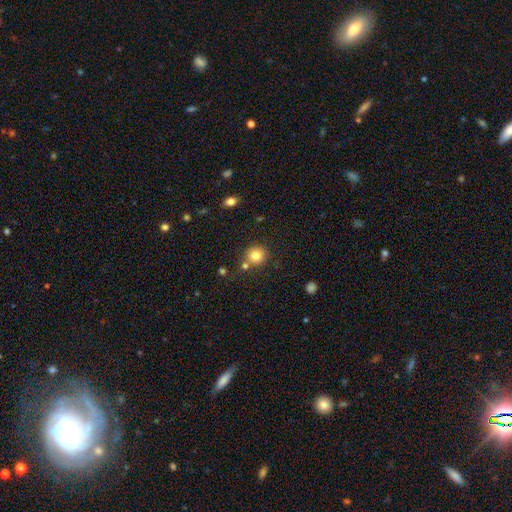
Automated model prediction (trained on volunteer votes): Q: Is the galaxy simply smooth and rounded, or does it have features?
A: smooth — 82%.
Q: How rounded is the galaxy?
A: round — 91%.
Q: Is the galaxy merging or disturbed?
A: none — 76%.